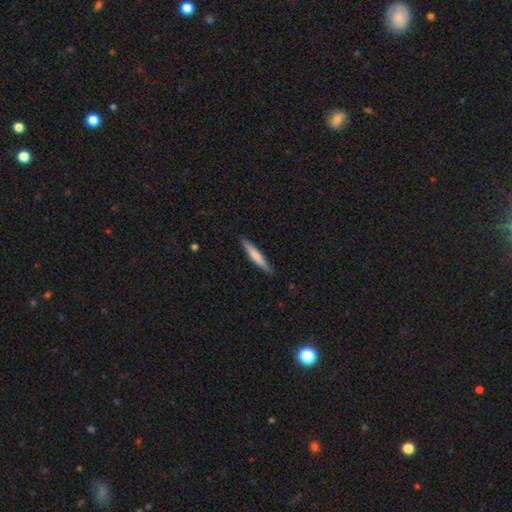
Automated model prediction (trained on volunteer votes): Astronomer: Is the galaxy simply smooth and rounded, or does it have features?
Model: smooth — 70%.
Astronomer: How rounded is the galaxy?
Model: cigar-shaped — 92%.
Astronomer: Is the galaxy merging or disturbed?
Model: none — 88%.